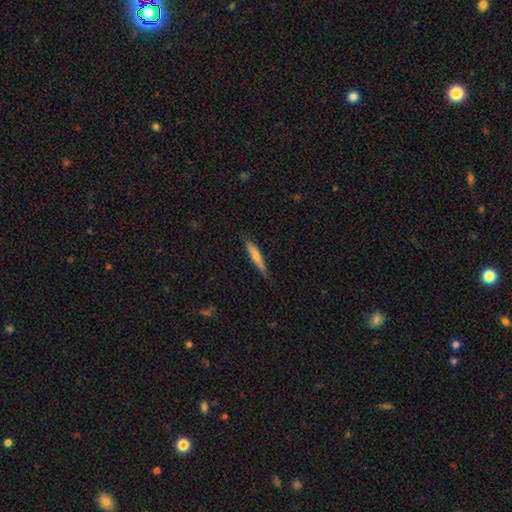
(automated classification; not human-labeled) Q: Smooth or featured?
A: smooth (52%); runner-up: featured or disk (41%)
Q: How rounded?
A: cigar-shaped (90%); runner-up: in between (8%)
Q: Merging?
A: none (80%); runner-up: minor disturbance (16%)